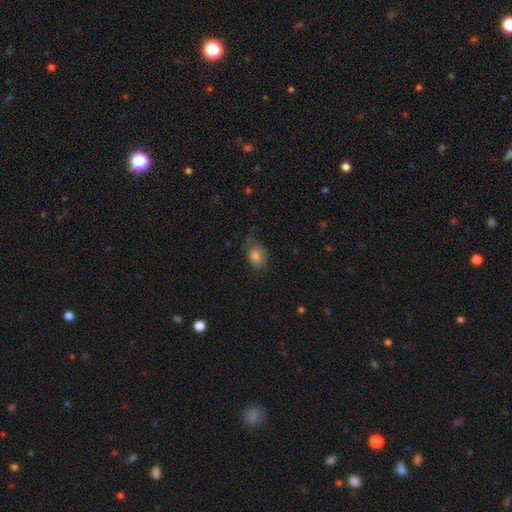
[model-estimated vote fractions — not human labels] smooth-or-featured: smooth: 78% | featured or disk: 13% | star or artifact: 10%
  how-rounded: in between: 76% | round: 23% | cigar-shaped: 1%
  merging: none: 57% | minor disturbance: 28% | major disturbance: 13% | merger: 2%